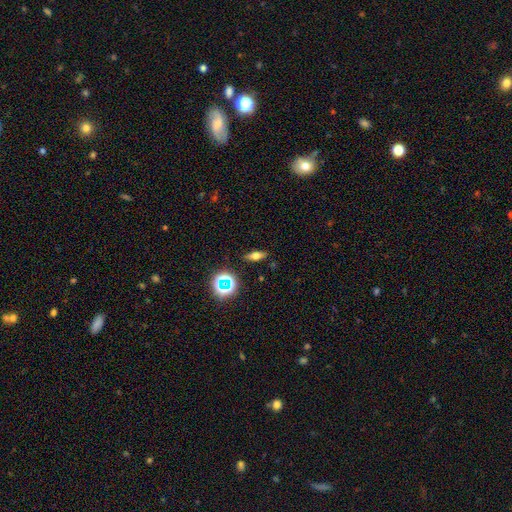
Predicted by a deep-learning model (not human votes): smooth-or-featured: smooth: 56% | featured or disk: 26% | star or artifact: 18%
  how-rounded: in between: 57% | cigar-shaped: 34% | round: 9%
  merging: none: 88% | minor disturbance: 8% | major disturbance: 2% | merger: 2%